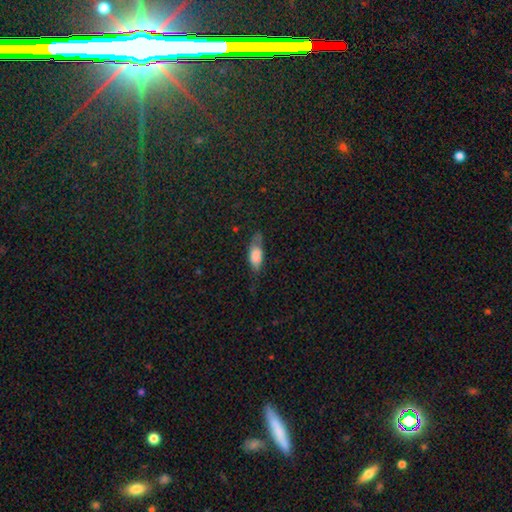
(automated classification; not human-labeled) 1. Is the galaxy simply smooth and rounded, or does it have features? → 71% smooth, 20% featured or disk, 9% star or artifact.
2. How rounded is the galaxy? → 73% in between, 24% cigar-shaped, 3% round.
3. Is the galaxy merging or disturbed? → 53% none, 31% minor disturbance, 14% major disturbance, 2% merger.